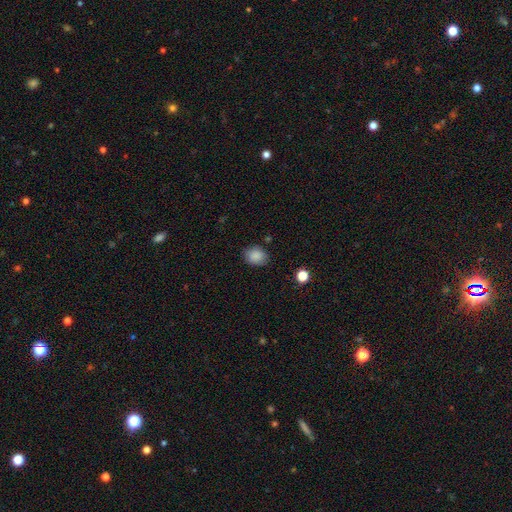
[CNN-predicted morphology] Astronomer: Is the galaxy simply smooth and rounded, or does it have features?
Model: smooth — 86%.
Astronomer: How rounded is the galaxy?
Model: in between — 54% (runner-up: round, 45%).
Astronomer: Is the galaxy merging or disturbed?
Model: none — 81%.